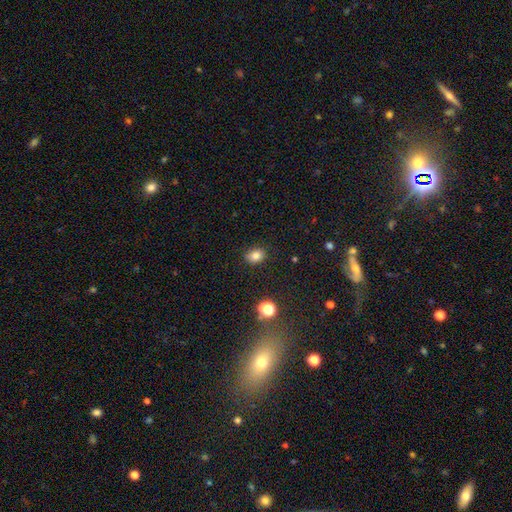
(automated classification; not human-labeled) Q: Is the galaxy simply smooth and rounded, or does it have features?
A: smooth — 81%.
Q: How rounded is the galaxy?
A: in between — 57%.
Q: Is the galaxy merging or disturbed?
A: none — 85%.